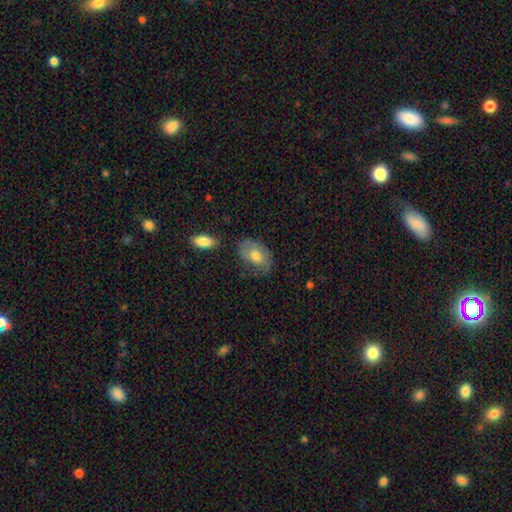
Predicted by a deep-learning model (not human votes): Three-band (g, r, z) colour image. It shows a smooth galaxy with no disk features (65%) that is in between round and cigar-shaped (88%). Merging: none (62%).